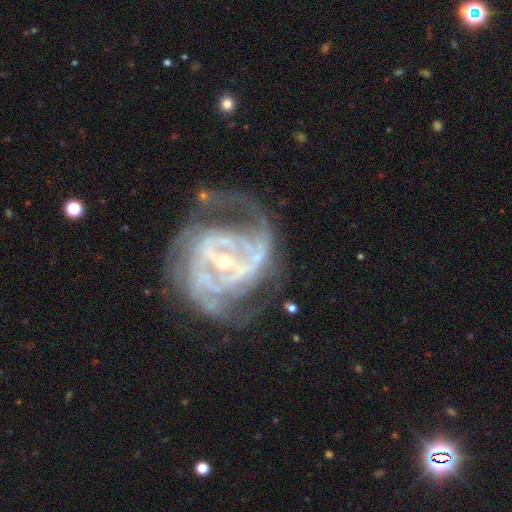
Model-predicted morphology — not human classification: A featured or disk galaxy (89%) with a strong bar (45%), 2 (38%) tight (43%) spiral arms (92%) and a small central bulge (69%).

Vote fractions:
- Smooth or featured? featured or disk: 89% / star or artifact: 6% / smooth: 5%
- Edge-on disk? no: 97% / yes: 3%
- Bar? strong: 45% / weak: 34% / no: 21%
- Spiral arms? yes: 92% / no: 8%
- Spiral winding? tight: 43% / medium: 42% / loose: 15%
- Spiral arm count? 2: 38% / can't tell: 23% / 3: 18% / 4: 8% / 1: 7% / more than 4: 6%
- Bulge size? small: 69% / moderate: 27% / large: 2% / none: 2% / dominant: 1%
- Merging? none: 48% / major disturbance: 28% / minor disturbance: 20% / merger: 4%